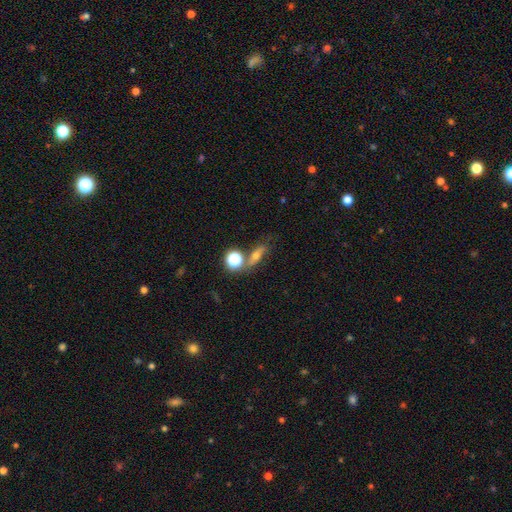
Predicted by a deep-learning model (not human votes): Smooth or featured? Predicted: smooth (p=0.47). Merging? Predicted: none (p=0.56).